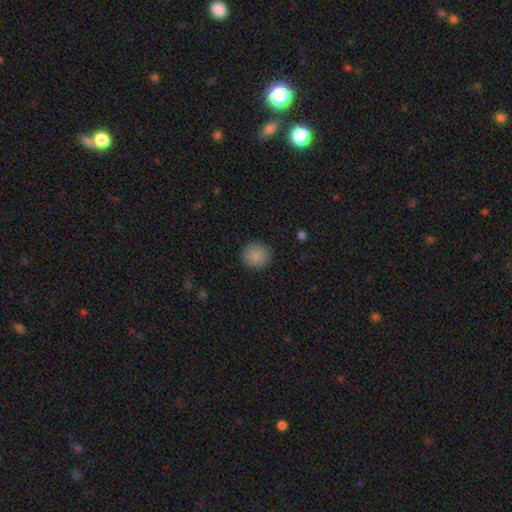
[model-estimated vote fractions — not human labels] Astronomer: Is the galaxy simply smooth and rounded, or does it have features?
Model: smooth — 87%.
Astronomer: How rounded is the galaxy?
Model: round — 91%.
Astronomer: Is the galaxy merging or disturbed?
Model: none — 89%.